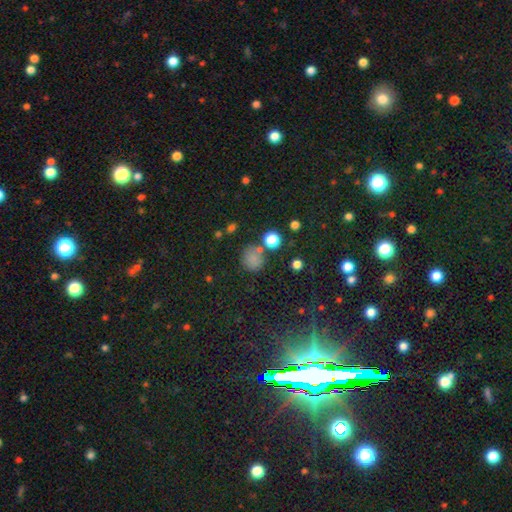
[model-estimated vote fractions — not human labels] smooth 58%, star or artifact 34%, featured or disk 8%. Down the decision tree: how rounded — round (85%); merging — none (73%).